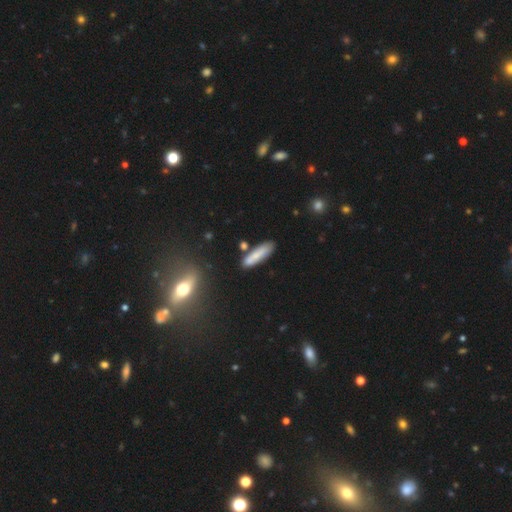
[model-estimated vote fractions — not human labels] This is likely a smooth galaxy (75%). How rounded: likely cigar-shaped (71%). Merging: likely none (75%).